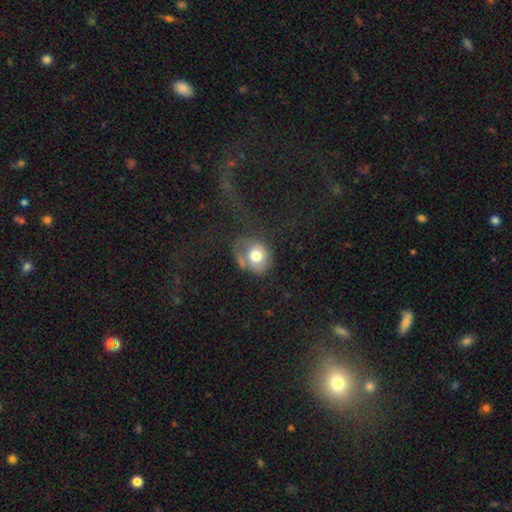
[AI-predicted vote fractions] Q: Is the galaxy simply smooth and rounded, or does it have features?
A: smooth — 67%.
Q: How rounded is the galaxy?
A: round — 61%.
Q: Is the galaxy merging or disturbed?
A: none — 35%.